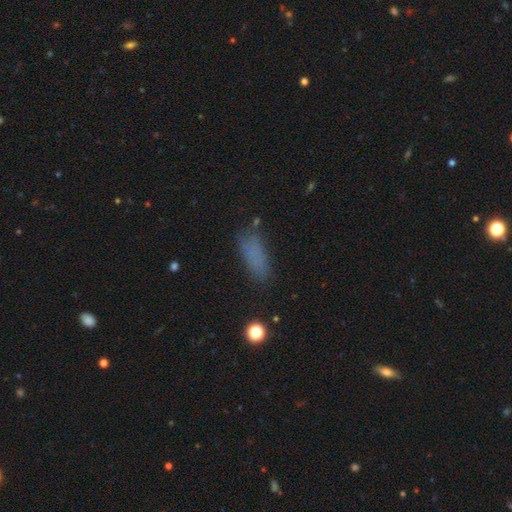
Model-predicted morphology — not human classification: This is likely a smooth galaxy (76%). How rounded: likely in between (61%). Merging: likely none (74%).